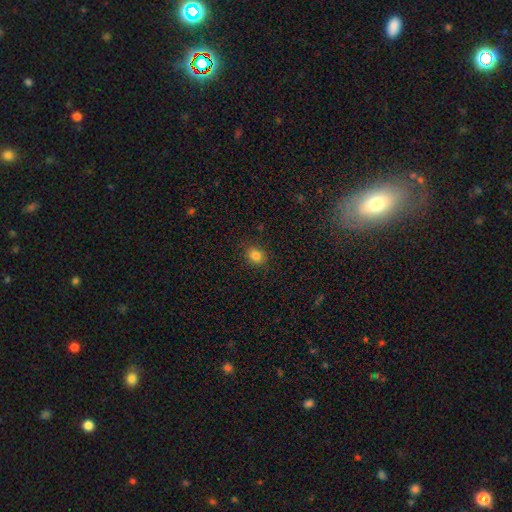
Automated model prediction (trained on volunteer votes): smooth 83%, star or artifact 12%, featured or disk 5%. Down the decision tree: how rounded — round (65%); merging — none (89%).